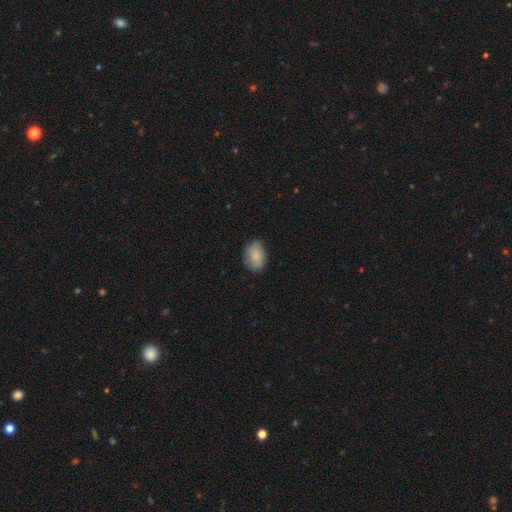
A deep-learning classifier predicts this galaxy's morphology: Smooth or featured: smooth — 82% (featured or disk — 11%)
How rounded: in between — 78% (round — 21%)
Merging: none — 72% (minor disturbance — 23%)